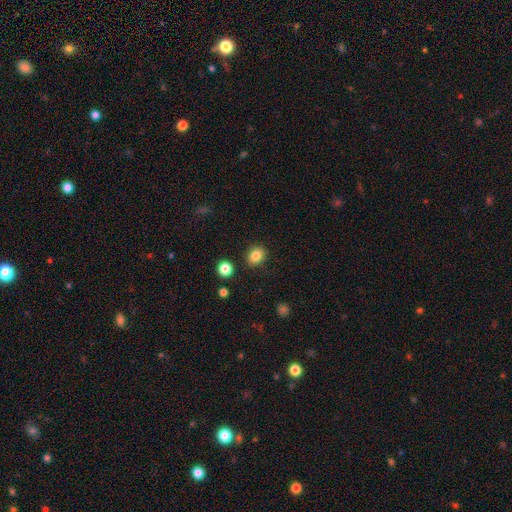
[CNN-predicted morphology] Smooth or featured? smooth (85%)
How rounded? round (51%)
Merging? none (87%)